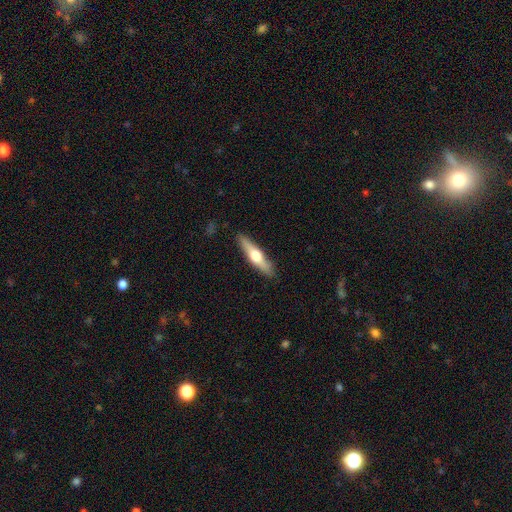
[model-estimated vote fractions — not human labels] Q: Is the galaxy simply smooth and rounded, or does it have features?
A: featured or disk — 52%.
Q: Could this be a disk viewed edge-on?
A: yes — 93%.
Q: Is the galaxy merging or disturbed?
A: none — 88%.